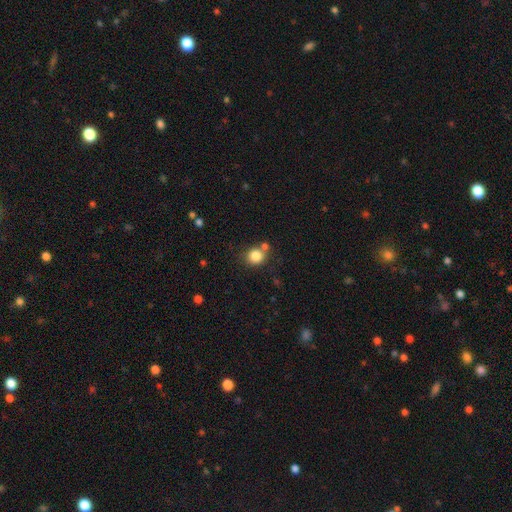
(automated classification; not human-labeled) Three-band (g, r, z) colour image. It shows a smooth galaxy with no disk features (83%) that is round (82%). Merging: none (64%).